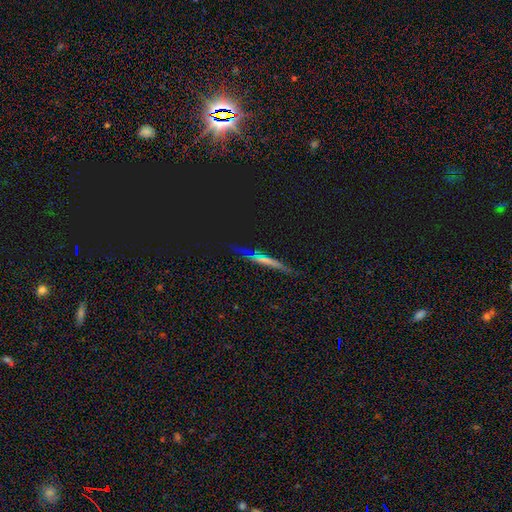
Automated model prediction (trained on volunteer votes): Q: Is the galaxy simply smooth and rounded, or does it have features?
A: featured or disk — 45%.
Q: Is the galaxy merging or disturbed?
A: none — 77%.